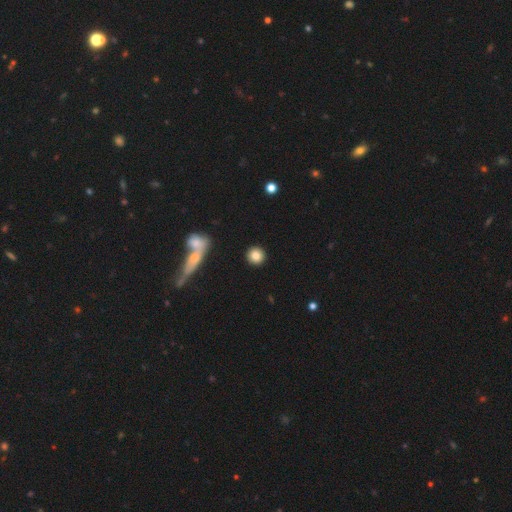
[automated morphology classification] Smooth or featured?
  - smooth: 83% *
  - star or artifact: 9%
  - featured or disk: 7%
How rounded?
  - round: 93% *
  - in between: 6%
  - cigar-shaped: 1%
Merging?
  - none: 89% *
  - minor disturbance: 6%
  - merger: 3%
  - major disturbance: 2%